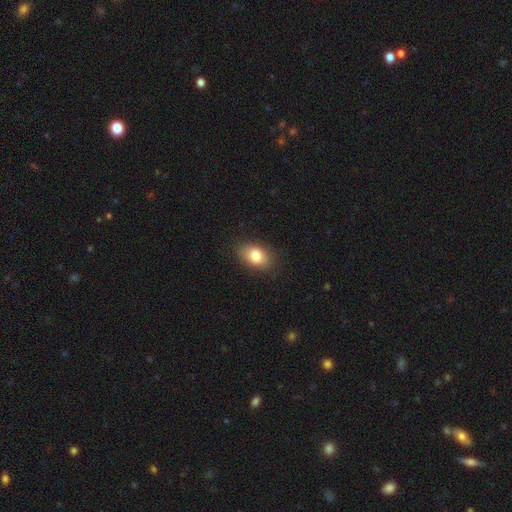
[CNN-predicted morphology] Smooth or featured: smooth — 82% (featured or disk — 10%)
How rounded: in between — 85% (round — 13%)
Merging: none — 84% (minor disturbance — 12%)